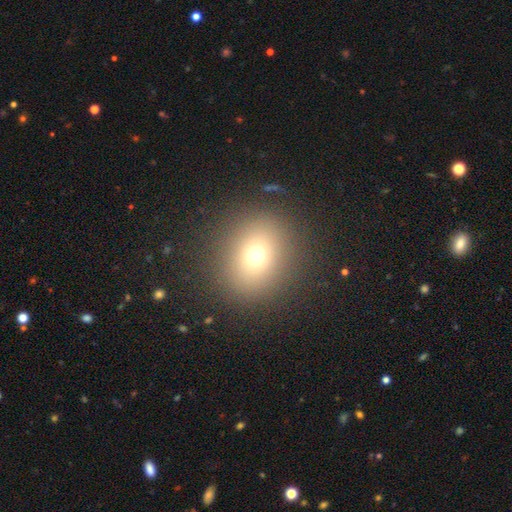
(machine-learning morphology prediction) smooth 68%, star or artifact 20%, featured or disk 12%. Down the decision tree: how rounded — round (76%); merging — none (88%).